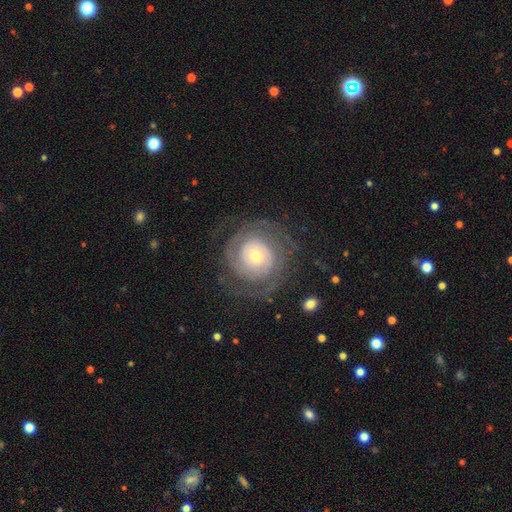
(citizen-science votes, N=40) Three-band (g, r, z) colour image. It shows a featured or disk galaxy (85%) with no bar (79%), 2 (58%) tight (81%) spiral arms (94%) and a small central bulge (70%). Merging: none (70%).